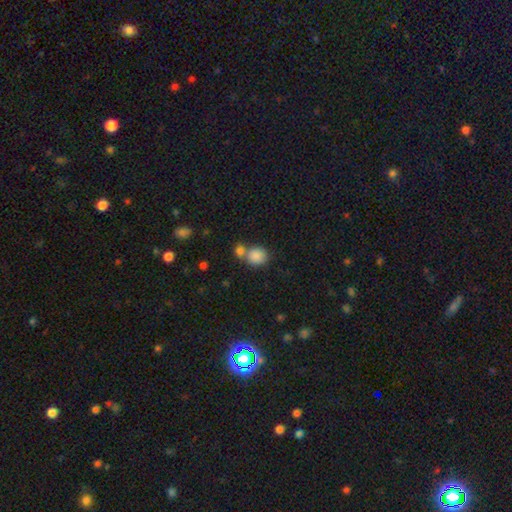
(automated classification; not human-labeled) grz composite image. It shows a smooth galaxy with no disk features (86%) that is round (73%). Merging: none (47%).